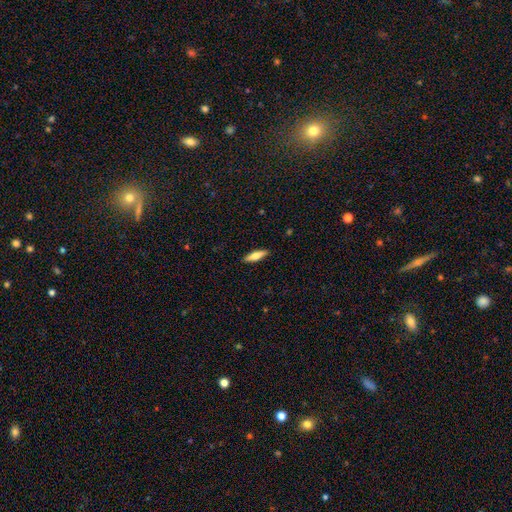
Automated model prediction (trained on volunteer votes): smooth-or-featured: smooth: 65% | featured or disk: 29% | star or artifact: 6%
  how-rounded: cigar-shaped: 62% | in between: 36% | round: 2%
  merging: none: 90% | minor disturbance: 8% | major disturbance: 2% | merger: 1%